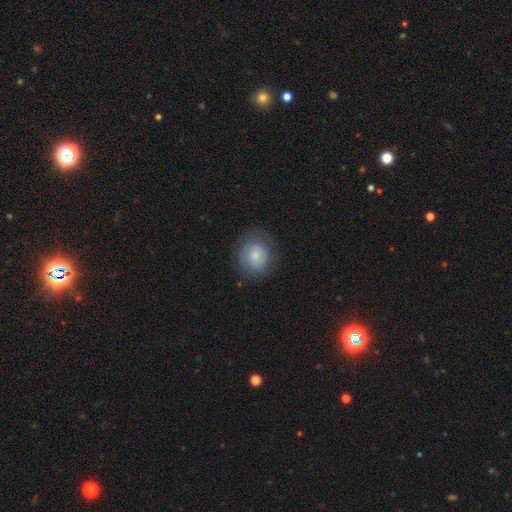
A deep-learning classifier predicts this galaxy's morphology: Smooth or featured? Predicted: smooth (p=0.69). How rounded? Predicted: round (p=0.80). Merging? Predicted: none (p=0.74).